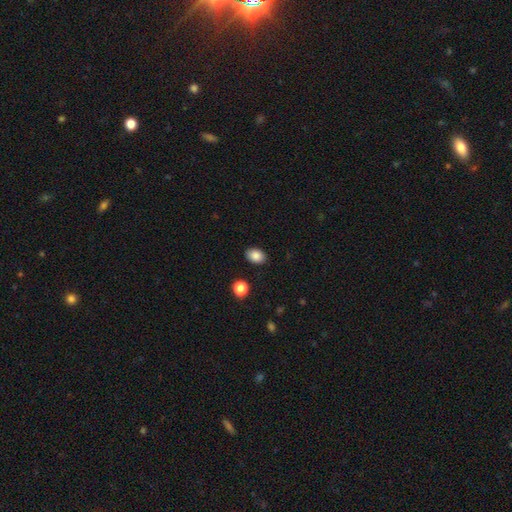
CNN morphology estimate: A smooth galaxy with no disk features (87%) that is in between round and cigar-shaped (79%).

Vote fractions:
- Smooth or featured? smooth: 87% / star or artifact: 9% / featured or disk: 4%
- How rounded? in between: 79% / round: 20% / cigar-shaped: 1%
- Merging? none: 88% / minor disturbance: 8% / major disturbance: 2% / merger: 2%